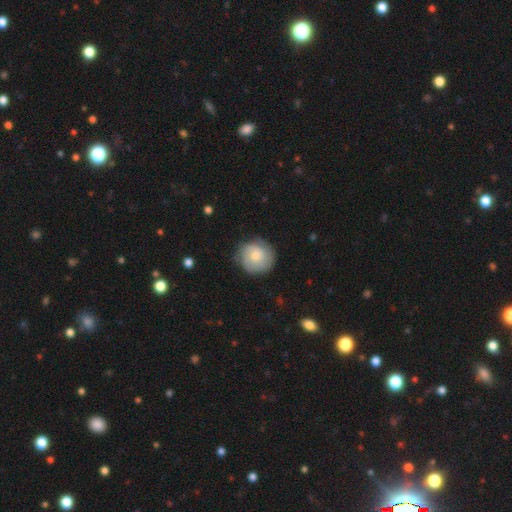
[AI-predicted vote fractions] Q: Smooth or featured?
A: smooth (62%); runner-up: featured or disk (31%)
Q: How rounded?
A: round (90%); runner-up: in between (9%)
Q: Merging?
A: none (76%); runner-up: minor disturbance (18%)